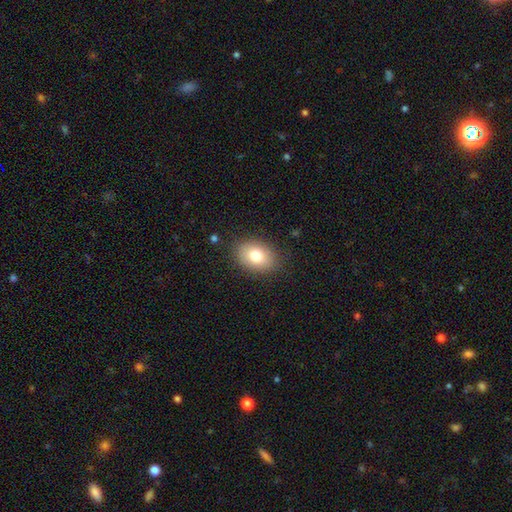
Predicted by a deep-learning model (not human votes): This is likely a smooth galaxy (79%). How rounded: likely in between (76%). Merging: clearly none (85%).